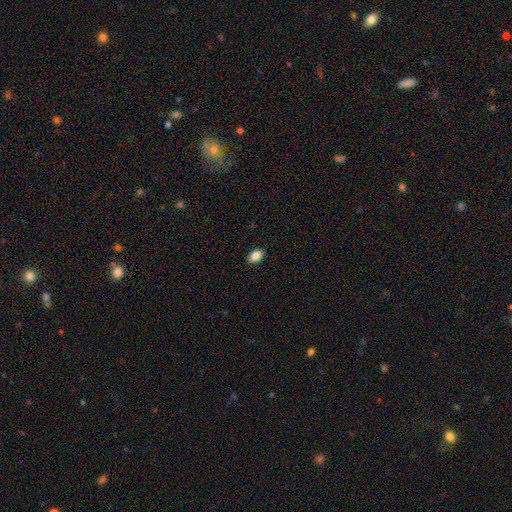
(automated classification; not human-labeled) Smooth or featured? Predicted: smooth (p=0.87). How rounded? Predicted: in between (p=0.91). Merging? Predicted: none (p=0.89).